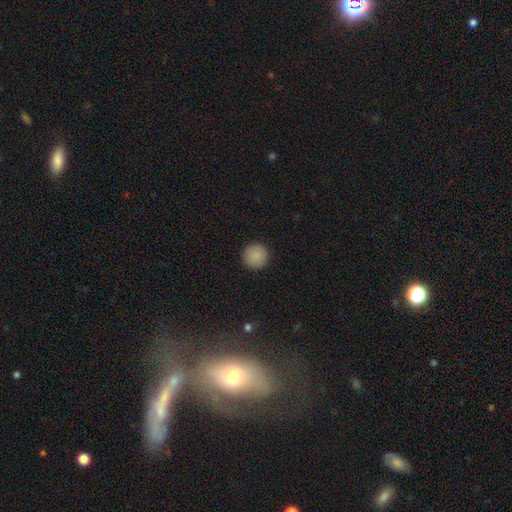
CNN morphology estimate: smooth-or-featured: smooth: 88% | star or artifact: 8% | featured or disk: 4%
  how-rounded: round: 96% | in between: 3% | cigar-shaped: 1%
  merging: none: 93% | minor disturbance: 5% | major disturbance: 2% | merger: 1%